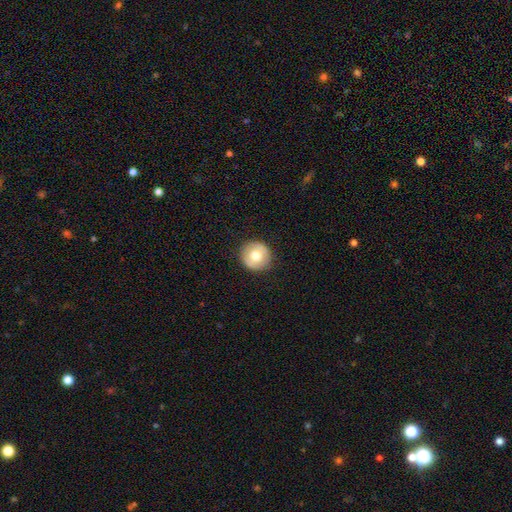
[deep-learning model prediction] A smooth galaxy with no disk features (69%) that is round (93%). Merging: none (89%).